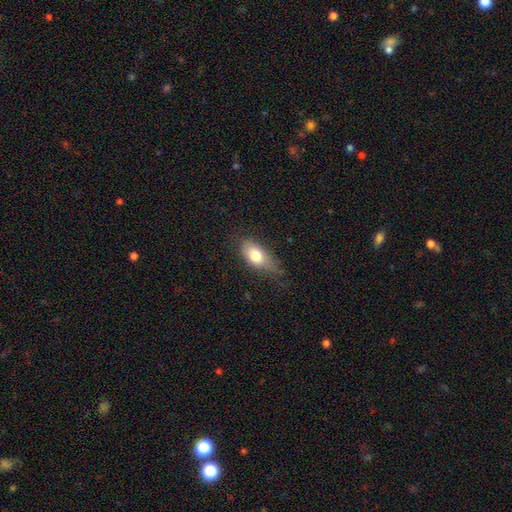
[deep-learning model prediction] A smooth galaxy with no disk features (75%) that is in between round and cigar-shaped (85%). Merging: none (61%).